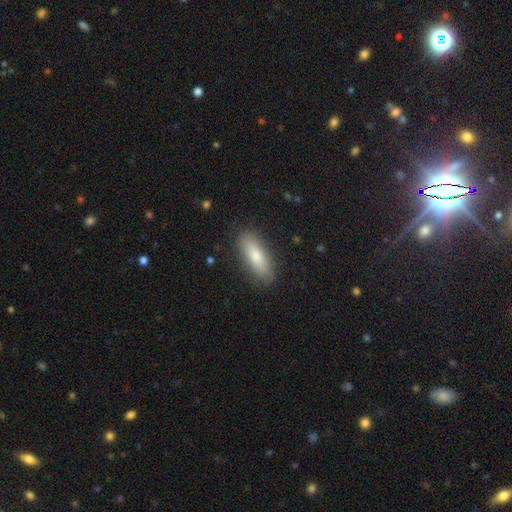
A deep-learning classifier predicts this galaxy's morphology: Overall: smooth (78%). How rounded: in between (65%; cigar-shaped 32%). Merging: none (86%).